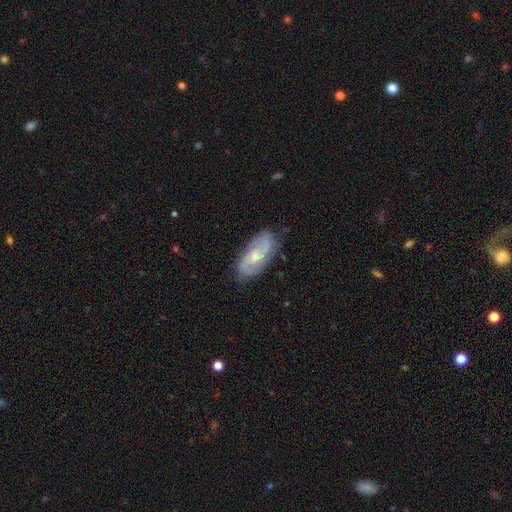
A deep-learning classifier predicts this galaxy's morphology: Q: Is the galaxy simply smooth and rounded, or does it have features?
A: featured or disk — 78%.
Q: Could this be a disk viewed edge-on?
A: no — 95%.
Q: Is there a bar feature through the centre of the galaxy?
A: no — 52%.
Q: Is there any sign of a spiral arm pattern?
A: yes — 94%.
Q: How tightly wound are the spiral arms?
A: medium — 49%.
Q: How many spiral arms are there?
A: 2 — 73%.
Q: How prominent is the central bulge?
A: small — 48%.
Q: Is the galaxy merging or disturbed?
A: none — 78%.